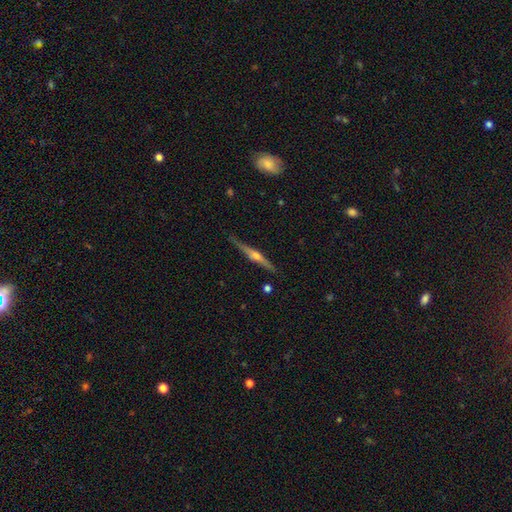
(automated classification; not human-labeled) This appears to be a featured or disk galaxy (79%) viewed edge-on (98%) with a rounded central bulge (88%). Merging: none (87%).